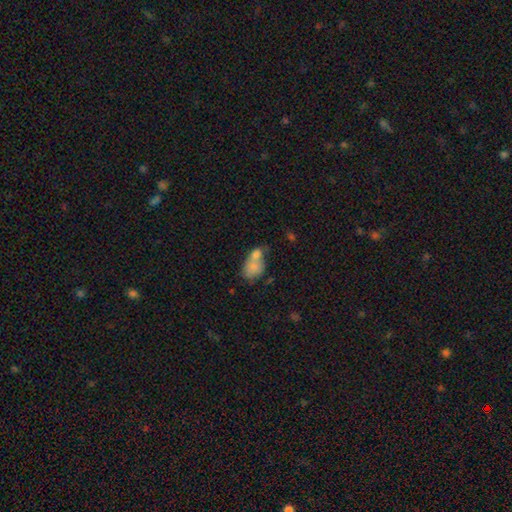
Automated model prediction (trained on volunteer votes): Smooth or featured? Predicted: smooth (p=0.76). How rounded? Predicted: in between (p=0.73). Merging? Predicted: merger (p=0.63).